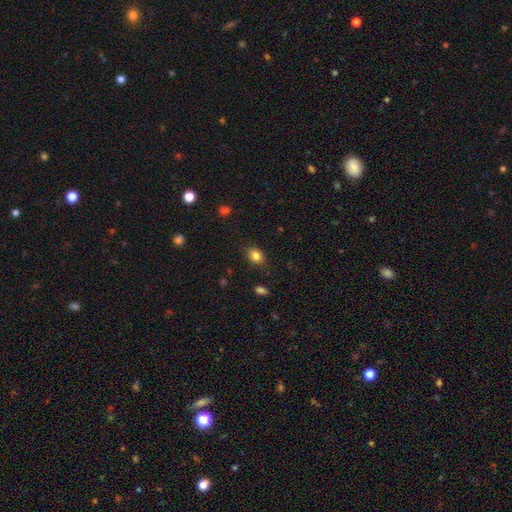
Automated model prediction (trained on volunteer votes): The model was most divided on "how rounded": in between: 67%, round: 32%, cigar-shaped: 1%. More confident: smooth or featured — smooth (83%); merging — none (83%).